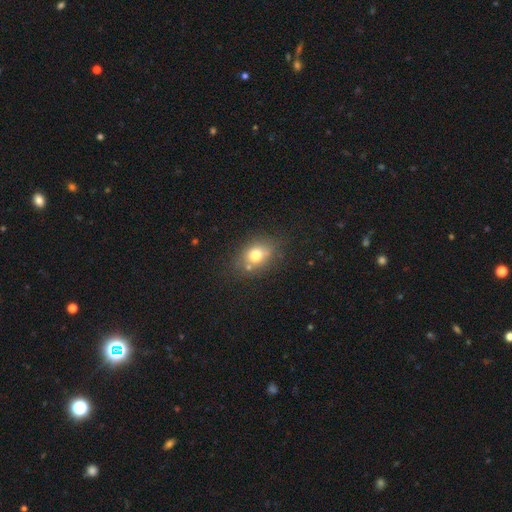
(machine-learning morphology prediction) smooth 73%, featured or disk 15%, star or artifact 12%. Down the decision tree: how rounded — in between (56%); merging — none (69%).